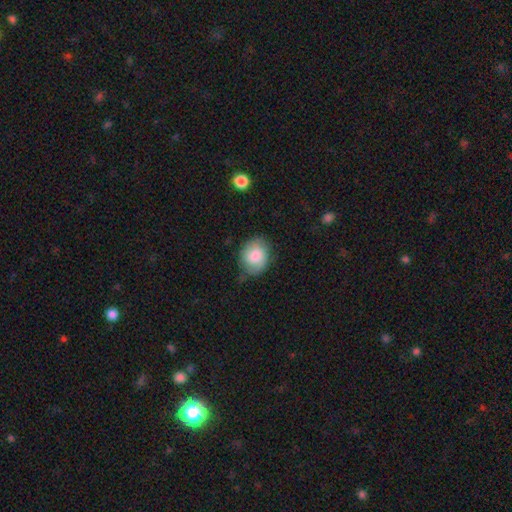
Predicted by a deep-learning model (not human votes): Morphology: type=smooth (78%); roundness=round (53%); merging=none (61%).